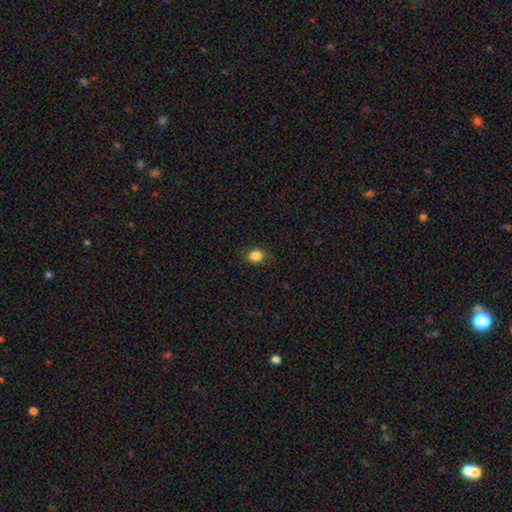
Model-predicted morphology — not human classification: type=smooth (85%); roundness=round (65%); merging=none (86%).